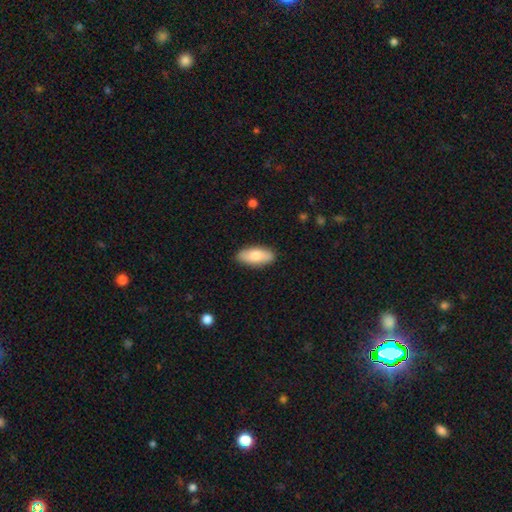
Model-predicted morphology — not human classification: This appears to be a smooth galaxy with no disk features (78%) that is in between round and cigar-shaped (84%). Merging: none (87%).